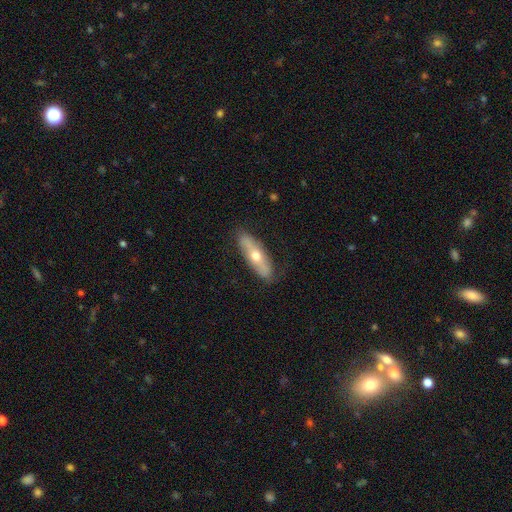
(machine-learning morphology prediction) This is possibly a smooth galaxy (47%, tied with featured or disk). Merging: clearly none (81%).